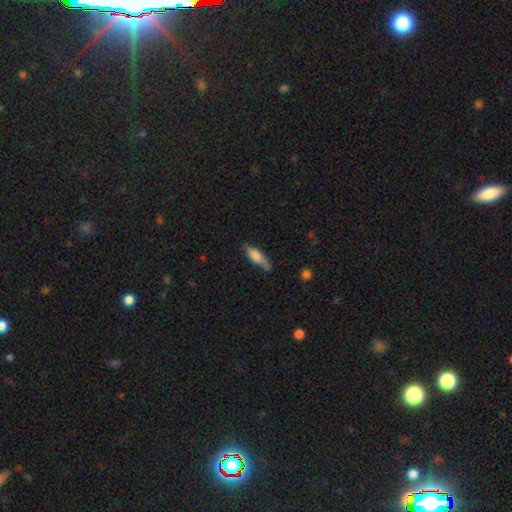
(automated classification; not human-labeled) A smooth galaxy with no disk features (76%) that is in between round and cigar-shaped (52%). Merging: none (54%).